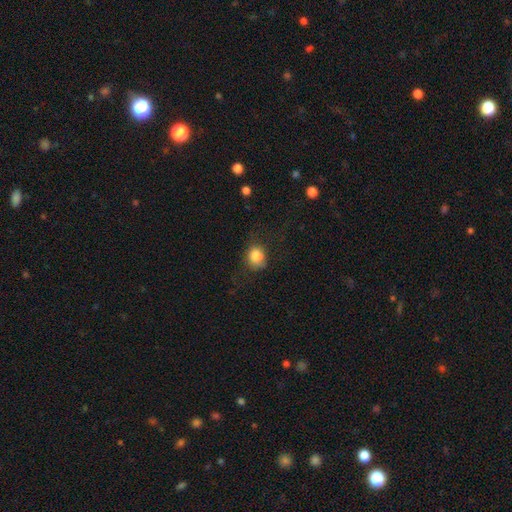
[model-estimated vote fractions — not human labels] This appears to be a smooth galaxy with no disk features (83%) that is round (68%). Merging: none (58%).